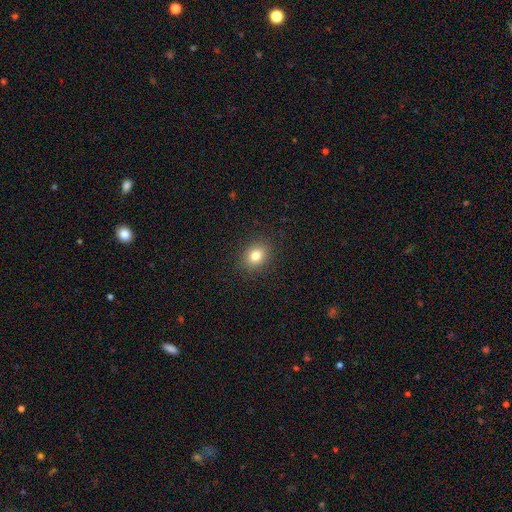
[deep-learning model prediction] Smooth or featured? Predicted: smooth (p=0.81). How rounded? Predicted: round (p=0.55). Merging? Predicted: none (p=0.90).